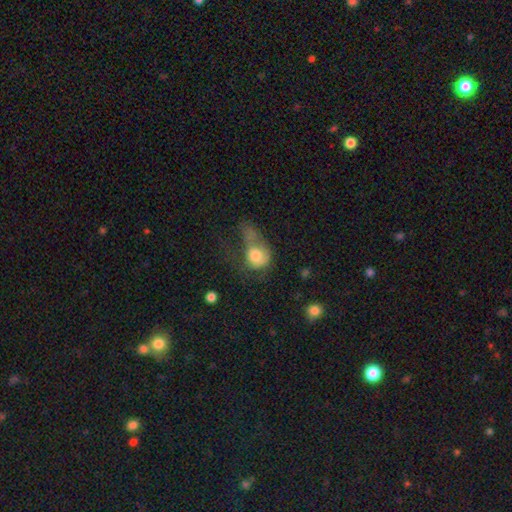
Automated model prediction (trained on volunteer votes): Overall: smooth (68%). How rounded: round (49%; in between 48%). Merging: major disturbance (53%; minor disturbance 16%).